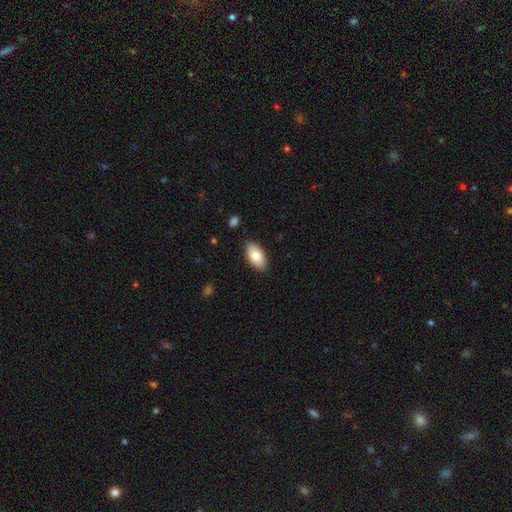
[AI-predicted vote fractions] This appears to be a smooth galaxy with no disk features (80%) that is in between round and cigar-shaped (94%). Merging: none (87%).